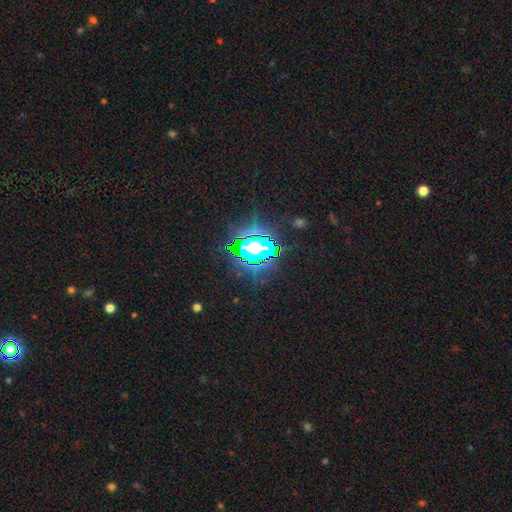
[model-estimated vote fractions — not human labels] Overall: star or artifact (83%).